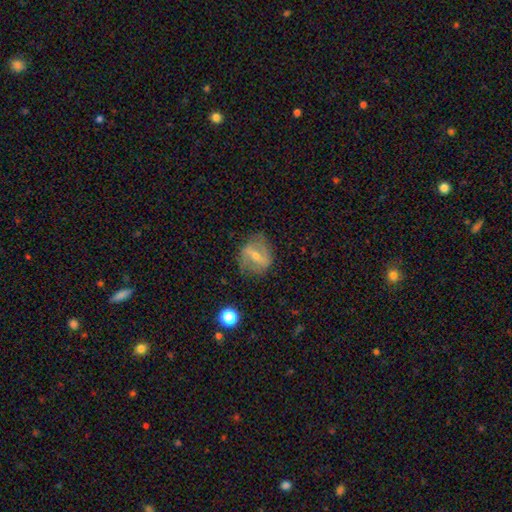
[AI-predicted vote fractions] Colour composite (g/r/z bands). It shows a featured or disk galaxy (64%) with a strong bar (57%), spiral arms (57%) and a small central bulge (55%). Merging: none (75%).